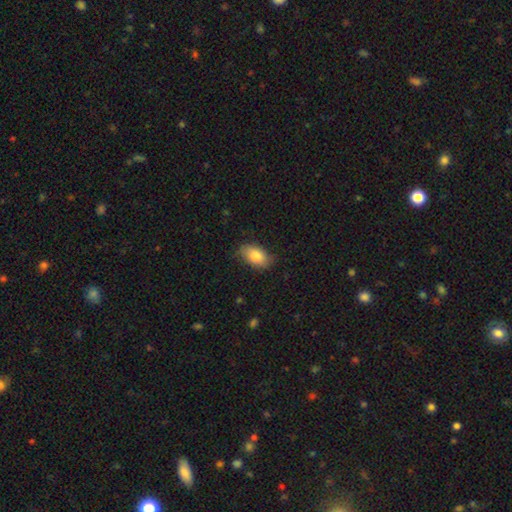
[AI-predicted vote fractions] This appears to be a smooth galaxy with no disk features (83%) that is in between round and cigar-shaped (92%). Merging: none (75%).